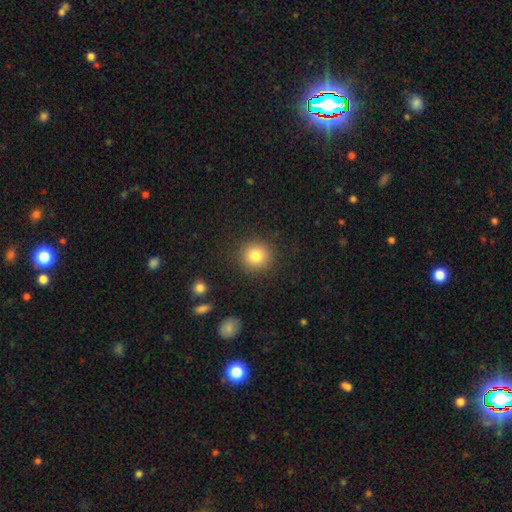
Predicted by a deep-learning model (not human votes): A smooth galaxy with no disk features (81%) that is round (91%). Merging: none (89%).